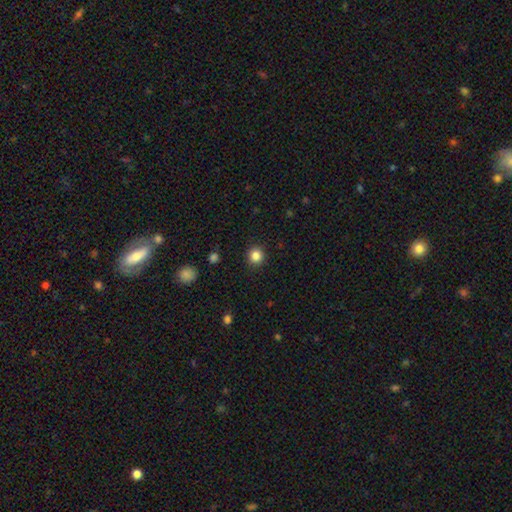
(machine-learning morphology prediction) Smooth or featured?
  - smooth: 84% *
  - star or artifact: 12%
  - featured or disk: 4%
How rounded?
  - round: 93% *
  - in between: 6%
  - cigar-shaped: 1%
Merging?
  - none: 92% *
  - minor disturbance: 5%
  - major disturbance: 2%
  - merger: 1%